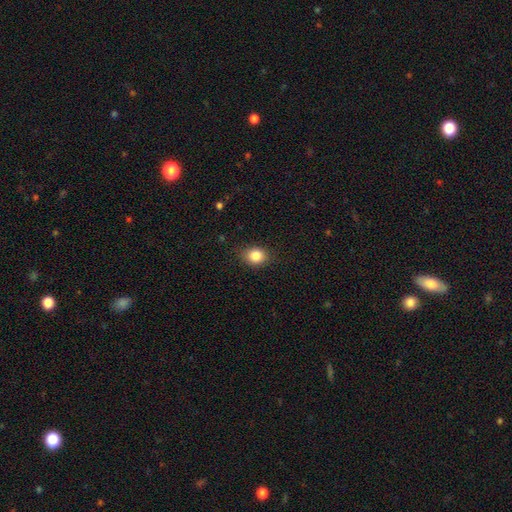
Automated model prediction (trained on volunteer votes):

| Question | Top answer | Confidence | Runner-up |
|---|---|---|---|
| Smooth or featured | smooth | 85% | star or artifact (10%) |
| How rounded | round | 54% | in between (45%) |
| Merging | none | 83% | minor disturbance (13%) |